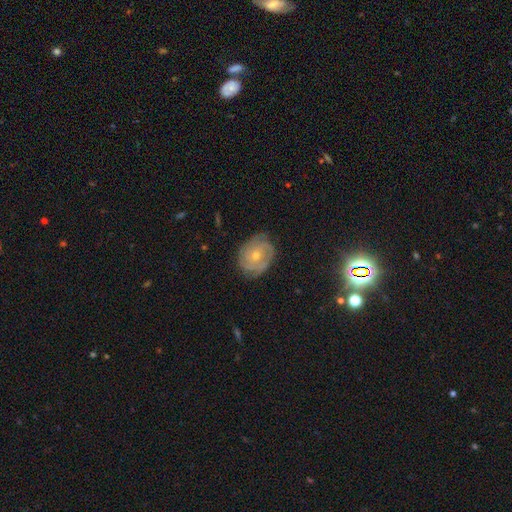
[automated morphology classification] type=featured or disk (72%); edge-on=no (97%); bar=no (79%); spiral arms=yes (91%); winding=tight (72%); arm count=can't tell (33%); bulge=small (58%); merging=none (77%).